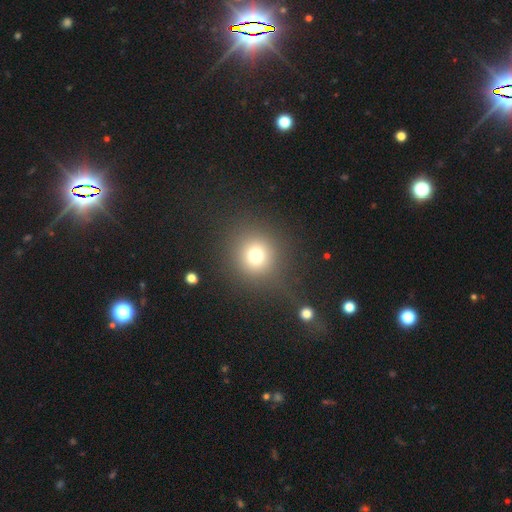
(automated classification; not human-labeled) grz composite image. It shows a smooth galaxy with no disk features (74%) that is round (90%). Merging: none (79%).